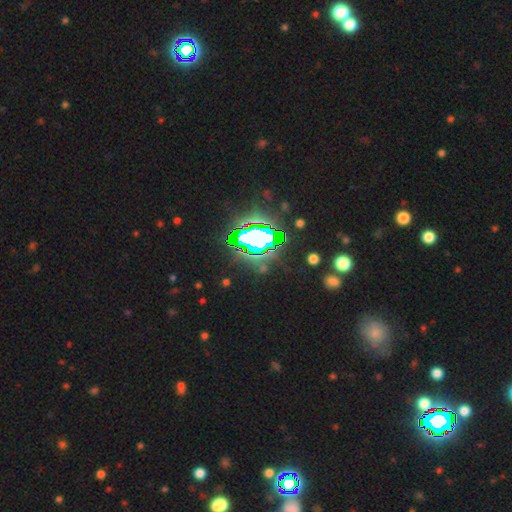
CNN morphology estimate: type=star or artifact (84%).